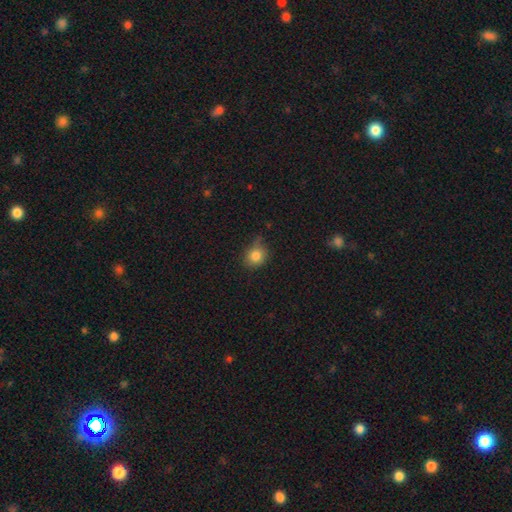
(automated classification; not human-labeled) Overall: smooth (82%). How rounded: round (70%). Merging: none (60%; minor disturbance 31%).